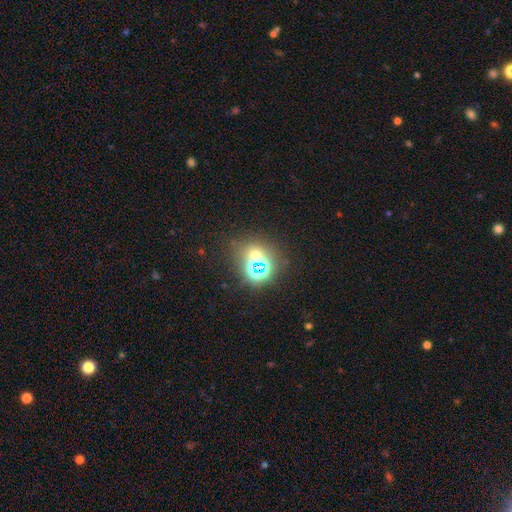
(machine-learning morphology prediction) This is possibly a star or artifact rather than a galaxy (57%).